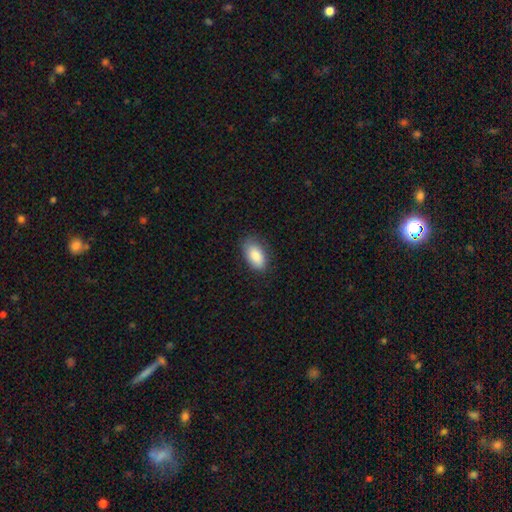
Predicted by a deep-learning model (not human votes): Smooth or featured?
  - smooth: 86% *
  - featured or disk: 8%
  - star or artifact: 6%
How rounded?
  - in between: 93% *
  - round: 4%
  - cigar-shaped: 3%
Merging?
  - none: 79% *
  - minor disturbance: 16%
  - major disturbance: 3%
  - merger: 1%